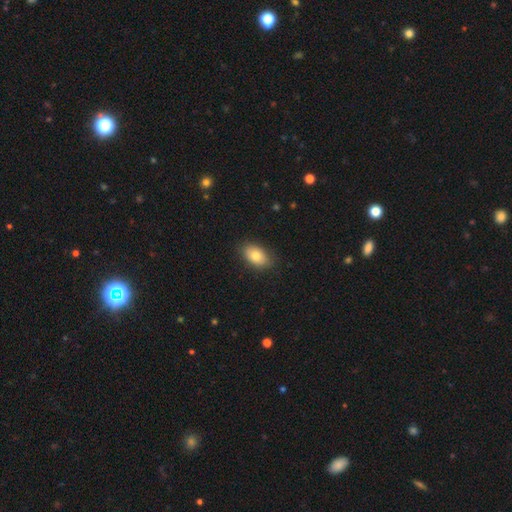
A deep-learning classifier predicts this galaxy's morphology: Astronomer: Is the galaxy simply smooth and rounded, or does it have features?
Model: smooth — 81%.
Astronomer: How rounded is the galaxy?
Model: in between — 90%.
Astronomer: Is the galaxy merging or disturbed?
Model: none — 85%.